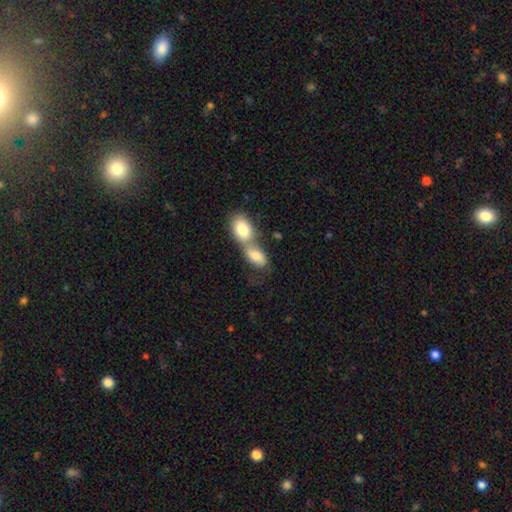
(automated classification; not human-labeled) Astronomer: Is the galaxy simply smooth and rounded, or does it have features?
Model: smooth — 77%.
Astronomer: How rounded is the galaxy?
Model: in between — 86%.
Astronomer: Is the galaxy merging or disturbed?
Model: merger — 73%.